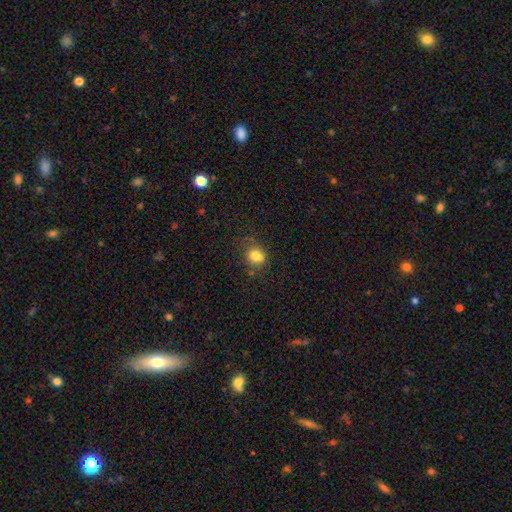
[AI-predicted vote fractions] smooth_or_featured: smooth (p=0.79) [alt: star or artifact p=0.12]
how_rounded: round (p=0.57) [alt: in between p=0.42]
merging: none (p=0.62) [alt: minor disturbance p=0.23]